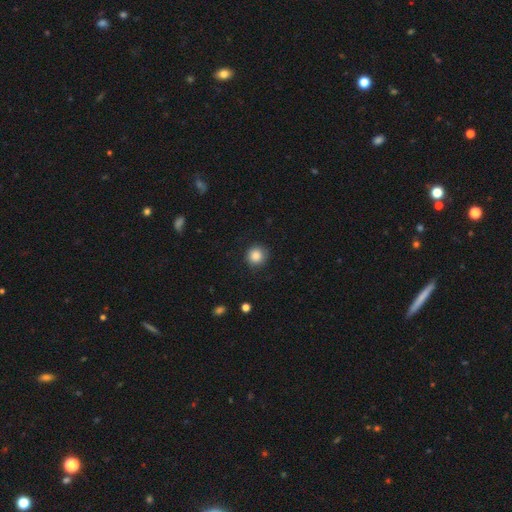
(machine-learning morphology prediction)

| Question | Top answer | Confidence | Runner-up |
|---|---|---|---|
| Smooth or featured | smooth | 86% | star or artifact (10%) |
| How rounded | round | 93% | in between (7%) |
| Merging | none | 86% | minor disturbance (10%) |